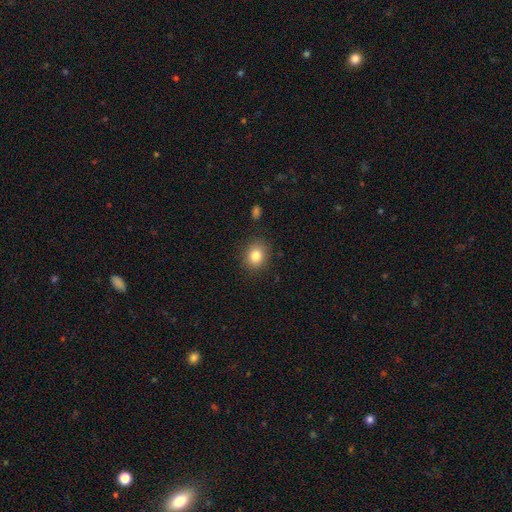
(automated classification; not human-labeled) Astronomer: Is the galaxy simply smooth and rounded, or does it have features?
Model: smooth — 82%.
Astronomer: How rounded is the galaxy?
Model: round — 70%.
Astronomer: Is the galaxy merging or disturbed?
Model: none — 87%.